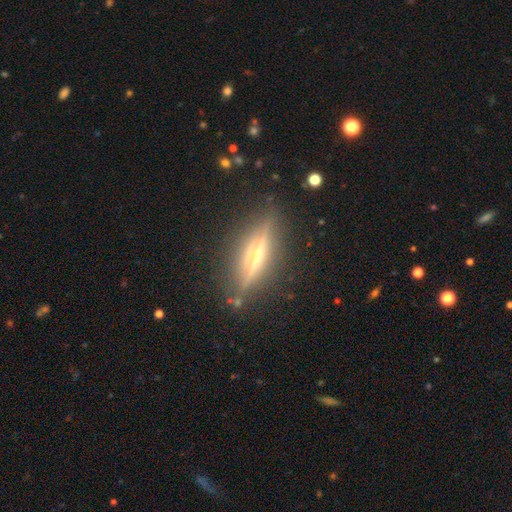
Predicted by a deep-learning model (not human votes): featured or disk 78%, smooth 15%, star or artifact 7%. Down the decision tree: edge-on disk — yes (95%); edge-on bulge — rounded (82%); merging — none (85%).